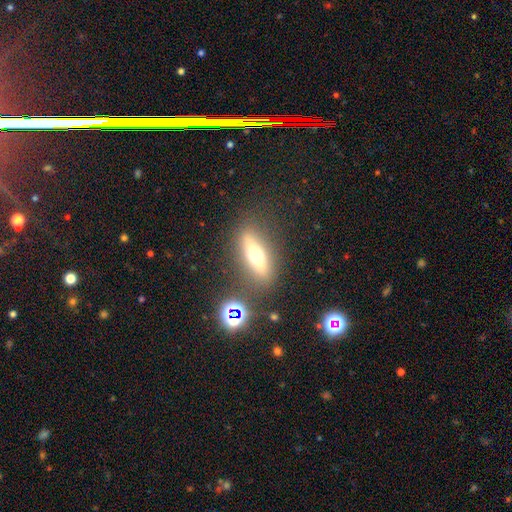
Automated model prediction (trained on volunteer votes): Smooth or featured: featured or disk — 48% (smooth — 39%)
Merging: none — 81% (minor disturbance — 10%)